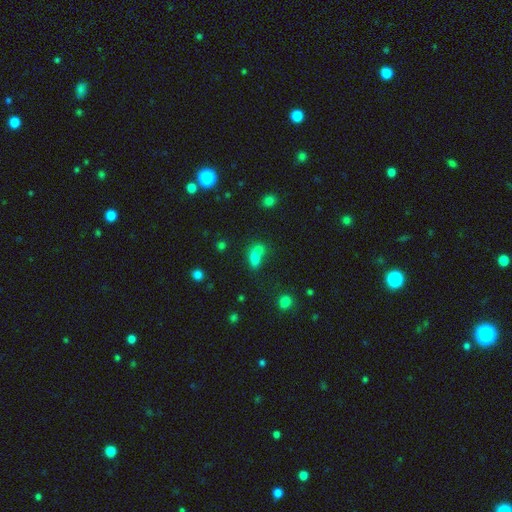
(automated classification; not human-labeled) Smooth or featured? Predicted: smooth (p=0.72). How rounded? Predicted: in between (p=0.70). Merging? Predicted: merger (p=0.58).